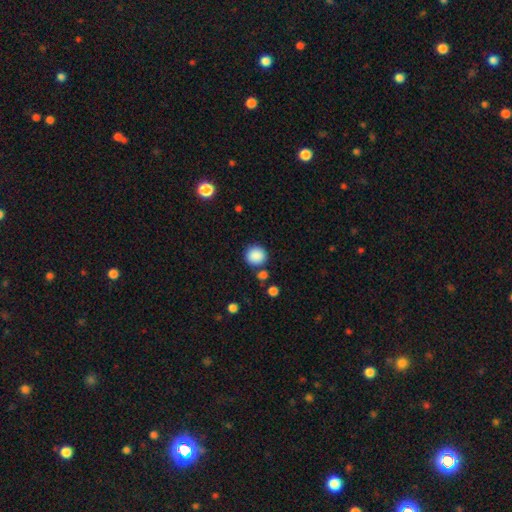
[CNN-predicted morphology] Smooth or featured: smooth — 88% (star or artifact — 9%)
How rounded: round — 90% (in between — 9%)
Merging: none — 81% (minor disturbance — 9%)